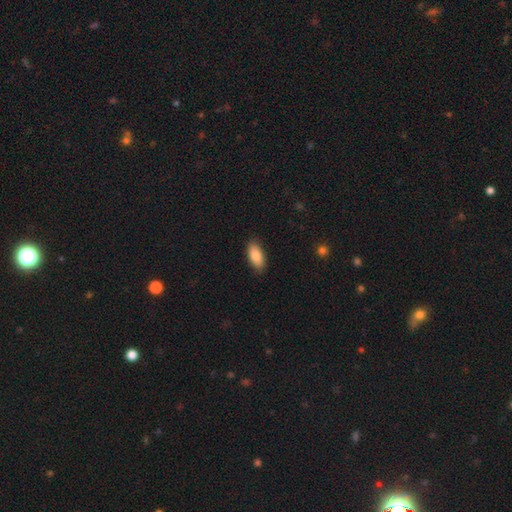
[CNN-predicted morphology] smooth_or_featured: smooth (p=0.85) [alt: featured or disk p=0.09]
how_rounded: in between (p=0.90) [alt: cigar-shaped p=0.08]
merging: none (p=0.87) [alt: minor disturbance p=0.10]